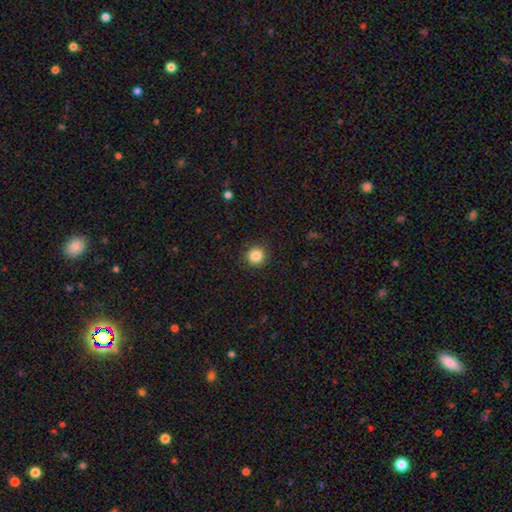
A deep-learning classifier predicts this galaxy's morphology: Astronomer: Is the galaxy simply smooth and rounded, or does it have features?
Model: smooth — 86%.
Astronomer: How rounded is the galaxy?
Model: round — 94%.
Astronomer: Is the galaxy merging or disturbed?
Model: none — 91%.